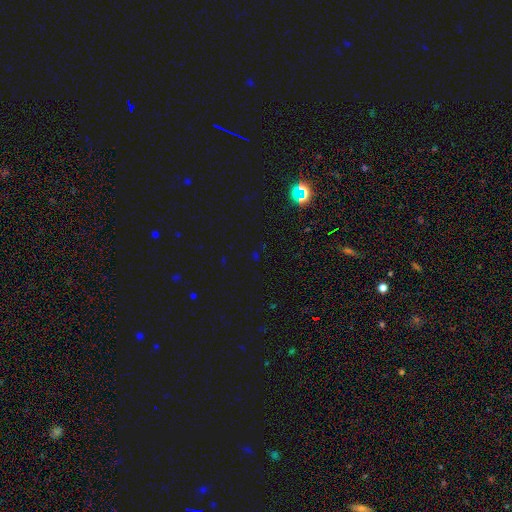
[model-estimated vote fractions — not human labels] The model was most divided on "smooth or featured": star or artifact: 75%, smooth: 19%, featured or disk: 7%.